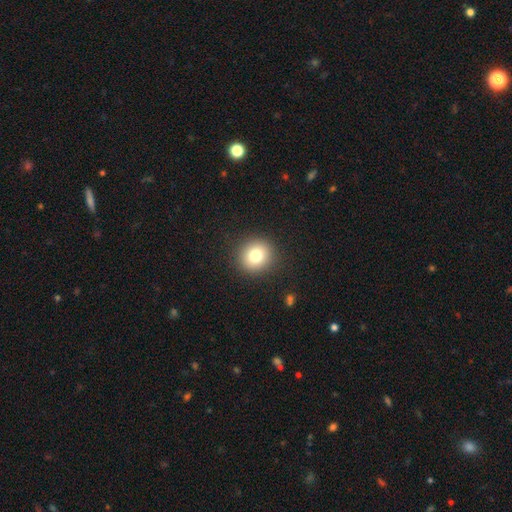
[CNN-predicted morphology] smooth-or-featured: smooth: 78% | star or artifact: 12% | featured or disk: 10%
  how-rounded: round: 89% | in between: 10% | cigar-shaped: 1%
  merging: none: 91% | minor disturbance: 6% | major disturbance: 2% | merger: 1%